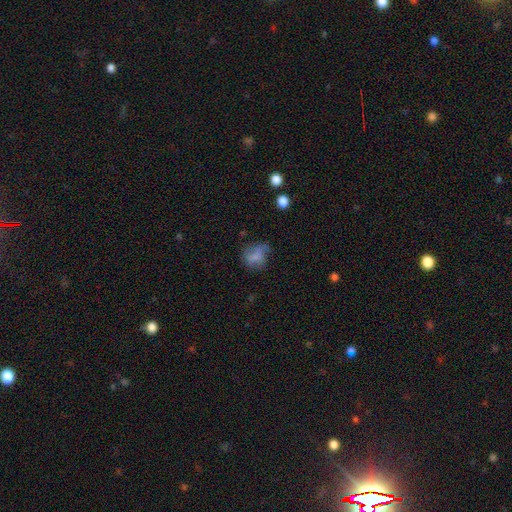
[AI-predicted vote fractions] Smooth or featured: smooth — 68% (featured or disk — 20%)
How rounded: in between — 50% (round — 48%)
Merging: none — 43% (minor disturbance — 30%)